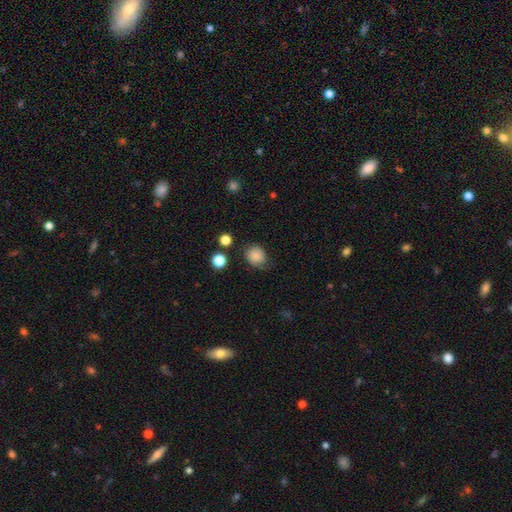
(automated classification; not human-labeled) This is clearly a smooth galaxy (80%). How rounded: likely round (65%). Merging: likely none (65%).